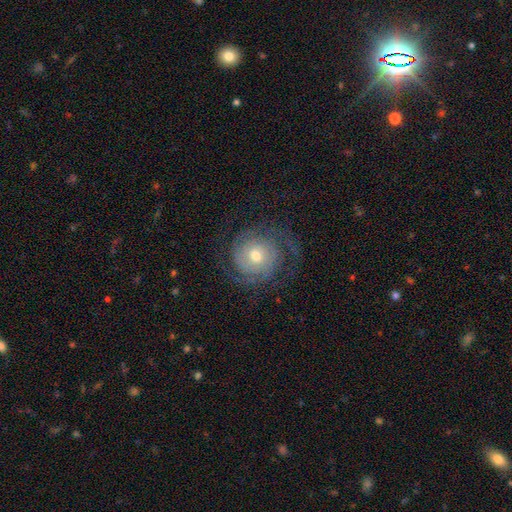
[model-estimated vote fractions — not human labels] Morphology: type=featured or disk (79%); edge-on=no (97%); bar=no (71%); spiral arms=yes (94%); winding=tight (61%); arm count=2 (51%); bulge=moderate (53%); merging=none (74%).